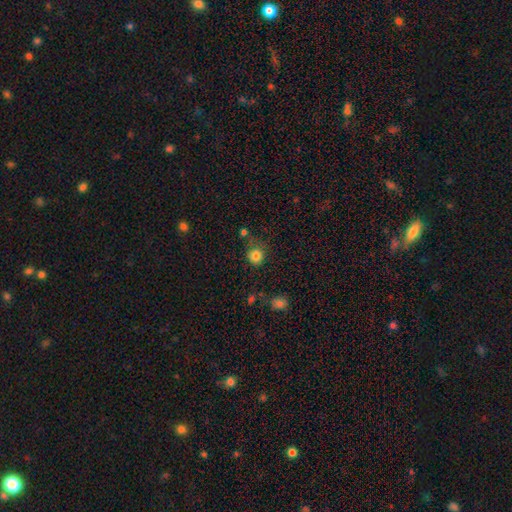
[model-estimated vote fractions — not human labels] A smooth galaxy with no disk features (82%) that is round (87%). Merging: none (71%).